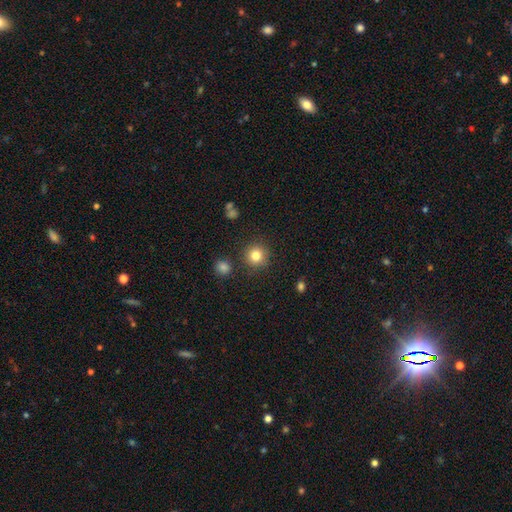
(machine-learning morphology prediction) smooth_or_featured: smooth (p=0.82) [alt: star or artifact p=0.11]
how_rounded: round (p=0.93) [alt: in between p=0.06]
merging: none (p=0.88) [alt: minor disturbance p=0.07]